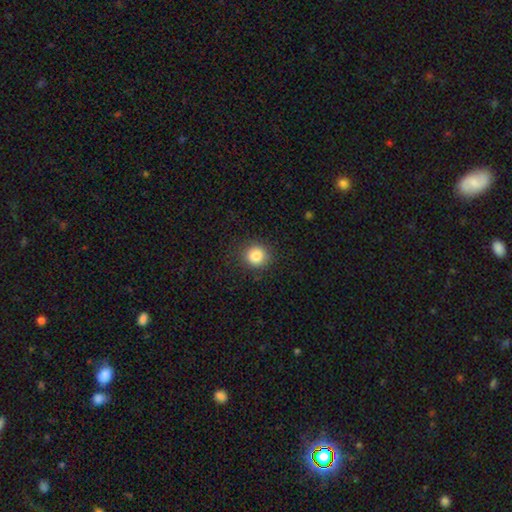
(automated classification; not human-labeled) smooth_or_featured: smooth (p=0.84) [alt: star or artifact p=0.11]
how_rounded: round (p=0.91) [alt: in between p=0.08]
merging: none (p=0.88) [alt: minor disturbance p=0.08]